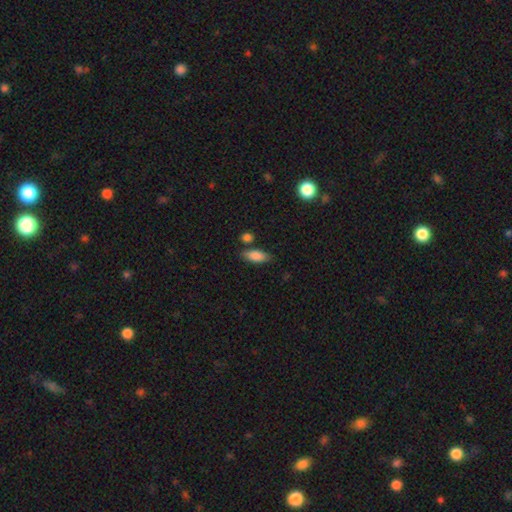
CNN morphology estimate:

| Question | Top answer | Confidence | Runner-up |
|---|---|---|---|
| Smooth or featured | smooth | 84% | featured or disk (9%) |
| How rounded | in between | 80% | cigar-shaped (17%) |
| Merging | none | 75% | minor disturbance (13%) |